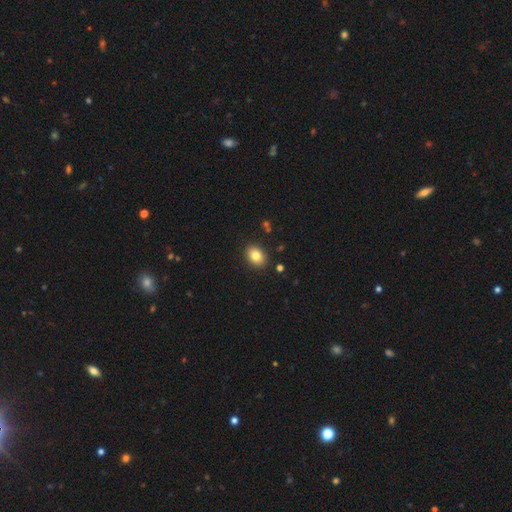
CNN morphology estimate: Smooth or featured? smooth (83%)
How rounded? in between (70%)
Merging? none (89%)